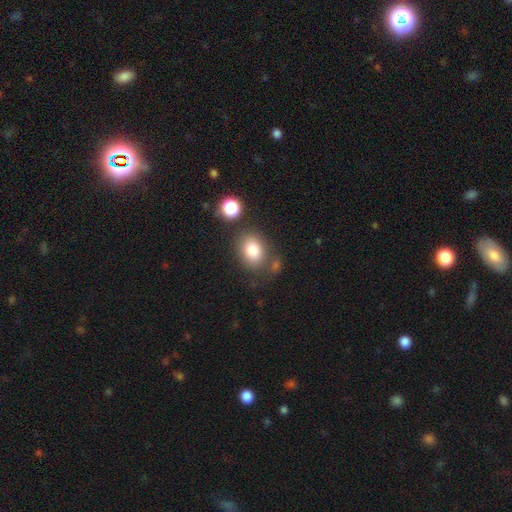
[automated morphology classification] Smooth or featured: smooth — 81% (star or artifact — 11%)
How rounded: in between — 55% (round — 44%)
Merging: none — 72% (minor disturbance — 14%)